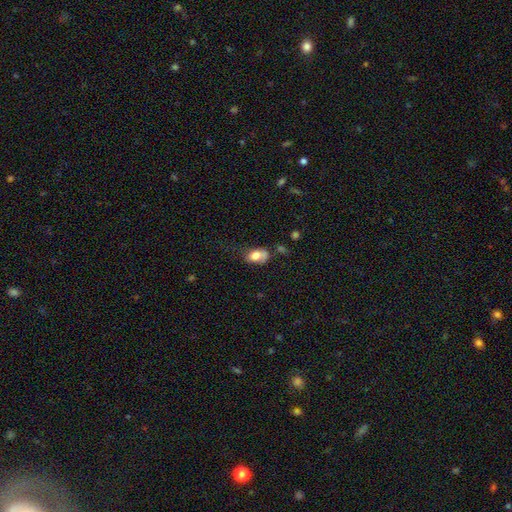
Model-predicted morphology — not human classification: smooth_or_featured: smooth (p=0.73) [alt: featured or disk p=0.19]
how_rounded: in between (p=0.85) [alt: round p=0.13]
merging: minor disturbance (p=0.34) [tied with: none p=0.34]